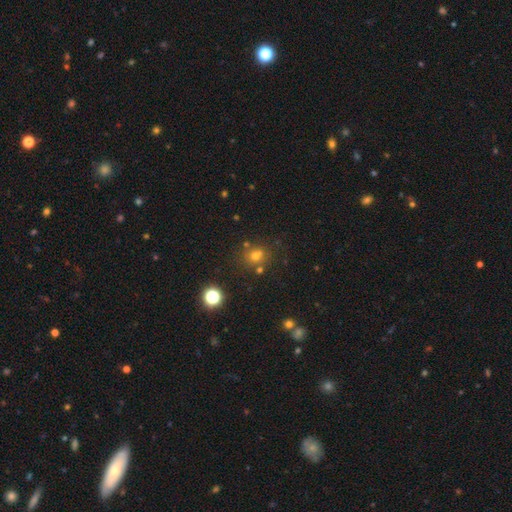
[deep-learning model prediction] A smooth galaxy with no disk features (62%) that is round (71%).

Vote fractions:
- Smooth or featured? smooth: 62% / star or artifact: 27% / featured or disk: 11%
- How rounded? round: 71% / in between: 28% / cigar-shaped: 1%
- Merging? none: 68% / merger: 16% / minor disturbance: 12% / major disturbance: 5%